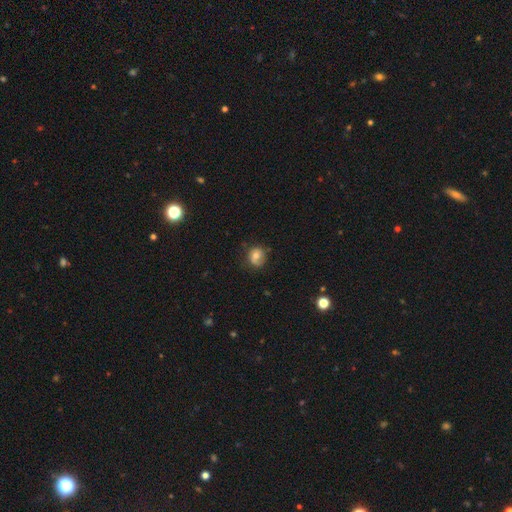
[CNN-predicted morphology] This appears to be a smooth galaxy with no disk features (66%) that is round (67%). Merging: none (59%).